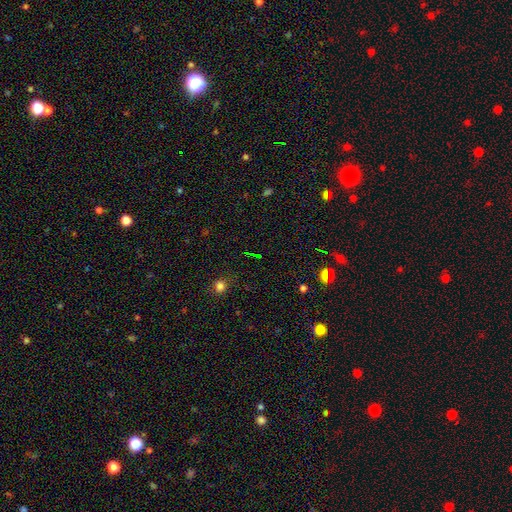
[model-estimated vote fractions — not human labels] Smooth or featured? star or artifact (68%)